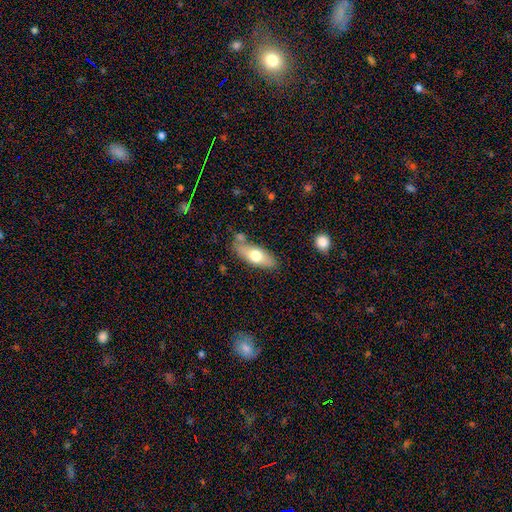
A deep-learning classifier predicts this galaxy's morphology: Smooth or featured? smooth (63%)
How rounded? in between (69%)
Merging? none (71%)